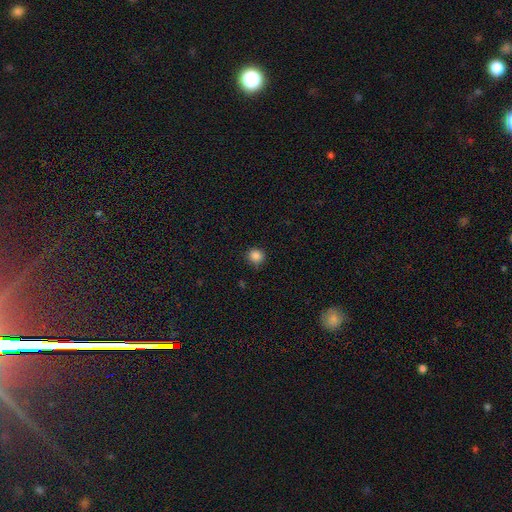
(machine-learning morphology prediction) Overall: smooth (86%). How rounded: round (92%). Merging: none (89%).